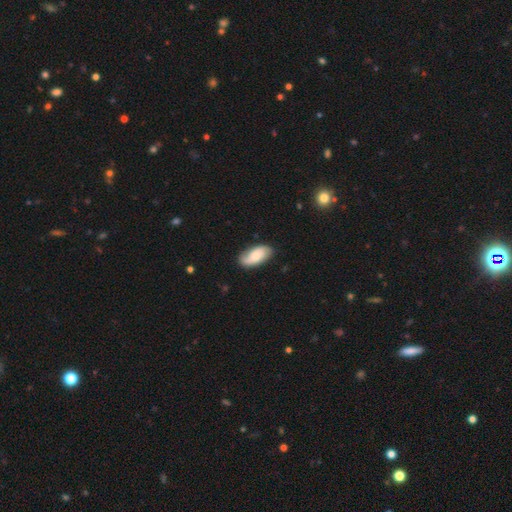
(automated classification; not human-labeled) Smooth or featured? Predicted: smooth (p=0.54). How rounded? Predicted: in between (p=0.91). Merging? Predicted: none (p=0.78).